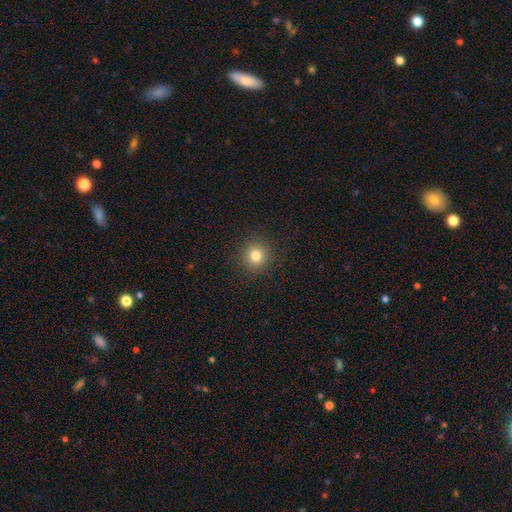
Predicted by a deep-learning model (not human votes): This is likely a smooth galaxy (79%). How rounded: clearly round (92%). Merging: clearly none (91%).